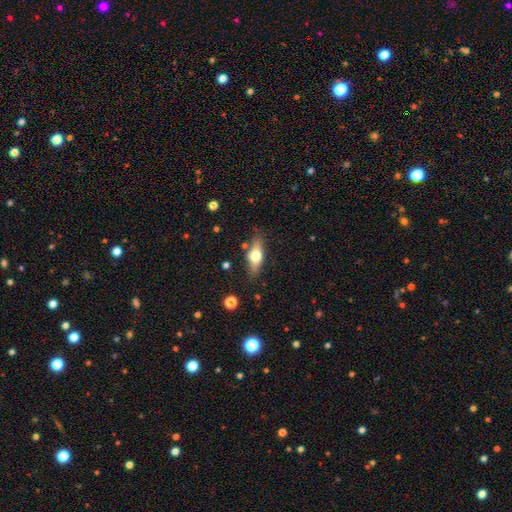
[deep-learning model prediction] A smooth galaxy with no disk features (56%) that is in between round and cigar-shaped (64%).

Vote fractions:
- Smooth or featured? smooth: 56% / featured or disk: 38% / star or artifact: 7%
- How rounded? in between: 64% / cigar-shaped: 32% / round: 4%
- Merging? none: 80% / minor disturbance: 14% / major disturbance: 3% / merger: 3%